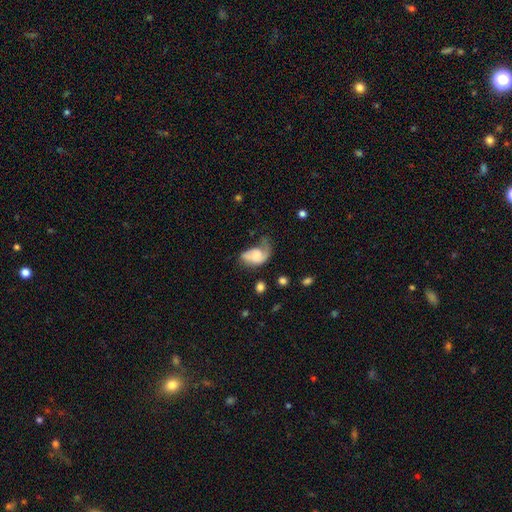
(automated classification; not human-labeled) A featured or disk galaxy (54%) with no bar (71%), spiral arms (78%) and a moderate central bulge (30%).

Vote fractions:
- Smooth or featured? featured or disk: 54% / smooth: 39% / star or artifact: 8%
- Edge-on disk? no: 97% / yes: 3%
- Bar? no: 71% / weak: 24% / strong: 5%
- Spiral arms? yes: 78% / no: 22%
- Bulge size? moderate: 30% / small: 27% / none: 22% / large: 17% / dominant: 4%
- Merging? major disturbance: 45% / none: 25% / minor disturbance: 25% / merger: 5%